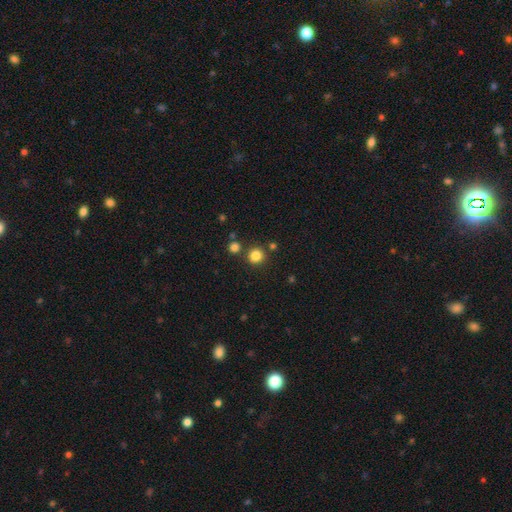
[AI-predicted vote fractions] This is clearly a smooth galaxy (82%). How rounded: clearly round (92%). Merging: clearly none (82%).